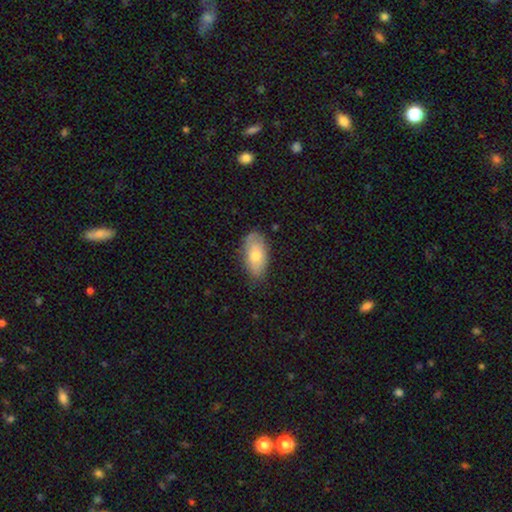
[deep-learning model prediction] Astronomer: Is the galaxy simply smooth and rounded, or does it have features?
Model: smooth — 68%.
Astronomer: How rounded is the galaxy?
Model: in between — 92%.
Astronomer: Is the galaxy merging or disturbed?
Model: none — 72%.